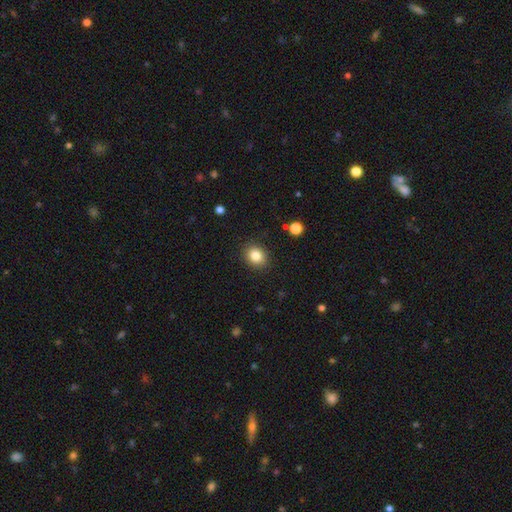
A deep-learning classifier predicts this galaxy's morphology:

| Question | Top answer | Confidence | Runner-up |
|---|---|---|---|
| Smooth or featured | smooth | 84% | star or artifact (10%) |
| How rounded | round | 61% | in between (38%) |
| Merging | none | 89% | minor disturbance (8%) |